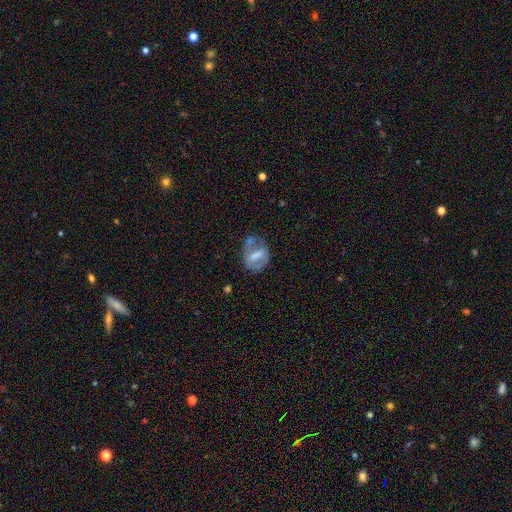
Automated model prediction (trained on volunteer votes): Overall: featured or disk (52%; smooth 39%). Edge-on disk: no (94%). Merging: none (44%; minor disturbance 26%).